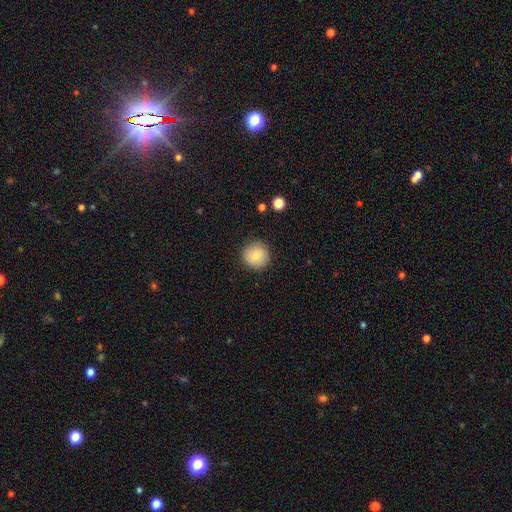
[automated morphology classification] smooth-or-featured: smooth: 83% | featured or disk: 9% | star or artifact: 8%
  how-rounded: round: 93% | in between: 6% | cigar-shaped: 1%
  merging: none: 88% | minor disturbance: 9% | major disturbance: 2% | merger: 1%